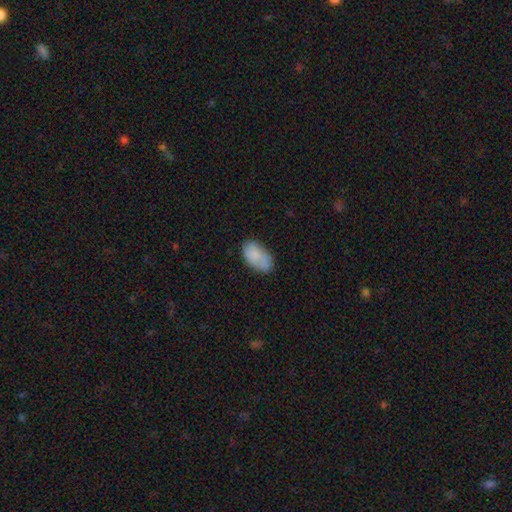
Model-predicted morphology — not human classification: This is clearly a smooth galaxy (81%). How rounded: clearly in between (95%). Merging: likely none (62%).